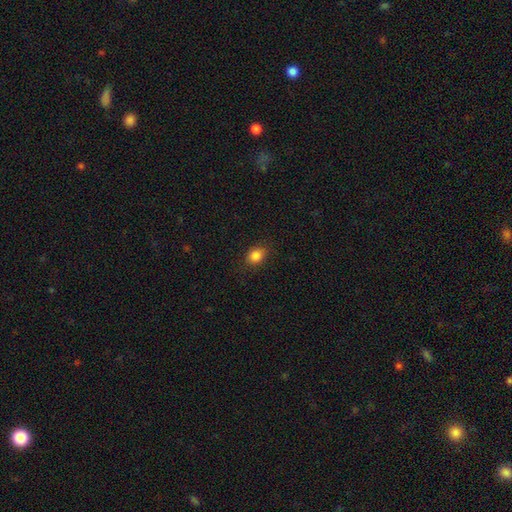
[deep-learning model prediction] Smooth or featured: smooth — 86% (star or artifact — 10%)
How rounded: in between — 54% (round — 45%)
Merging: none — 84% (minor disturbance — 12%)